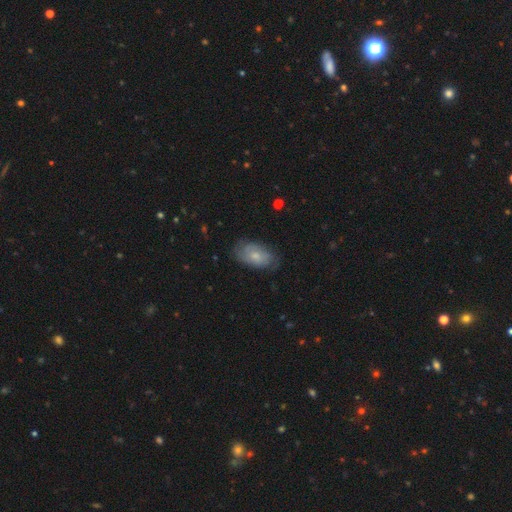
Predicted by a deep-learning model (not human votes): Q: Smooth or featured?
A: smooth (56%); runner-up: featured or disk (37%)
Q: How rounded?
A: in between (92%); runner-up: round (6%)
Q: Merging?
A: none (71%); runner-up: minor disturbance (22%)